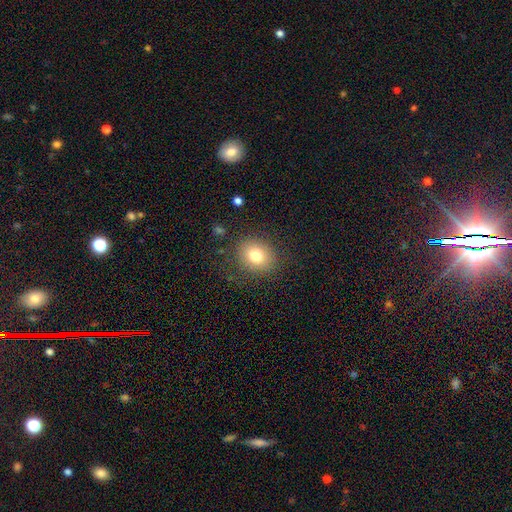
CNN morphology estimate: Smooth or featured?
  - smooth: 77% *
  - featured or disk: 12%
  - star or artifact: 11%
How rounded?
  - round: 65% *
  - in between: 34%
  - cigar-shaped: 1%
Merging?
  - none: 83% *
  - minor disturbance: 11%
  - major disturbance: 5%
  - merger: 1%